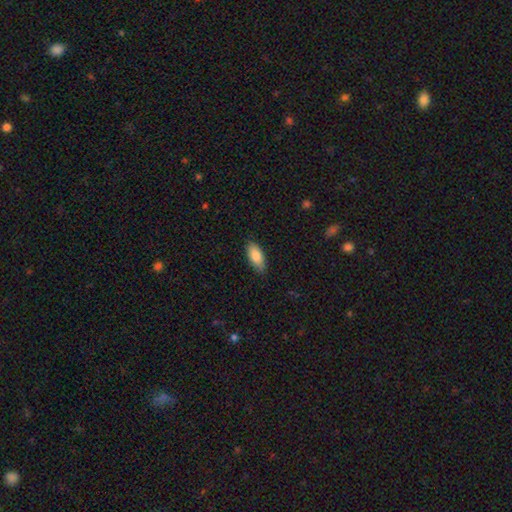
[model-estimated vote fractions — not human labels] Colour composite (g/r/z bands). It shows a smooth galaxy with no disk features (84%) that is in between round and cigar-shaped (83%). Merging: none (86%).